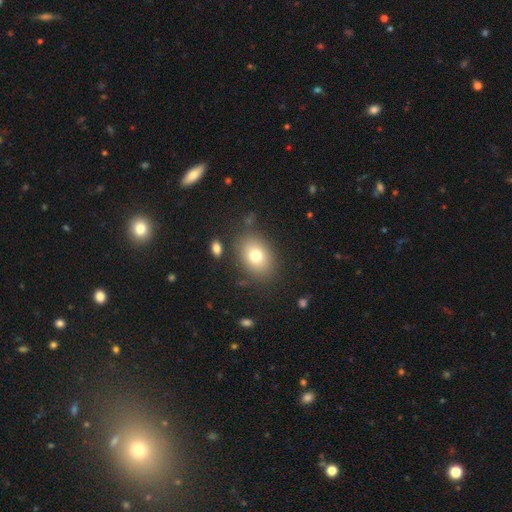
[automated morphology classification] smooth_or_featured: smooth (p=0.75) [alt: featured or disk p=0.14]
how_rounded: in between (p=0.67) [alt: round p=0.32]
merging: none (p=0.81) [alt: minor disturbance p=0.11]